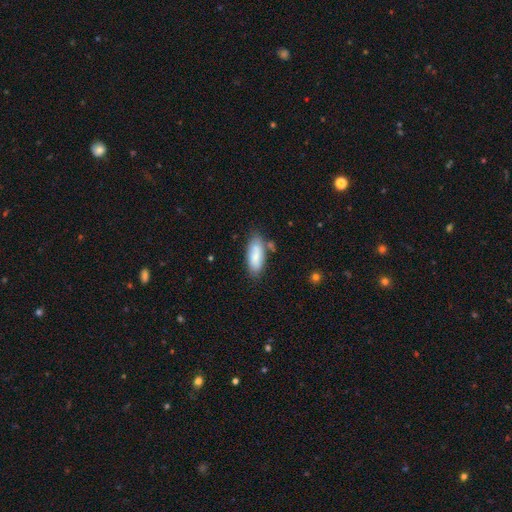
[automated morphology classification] Smooth or featured? smooth (81%)
How rounded? in between (80%)
Merging? none (72%)